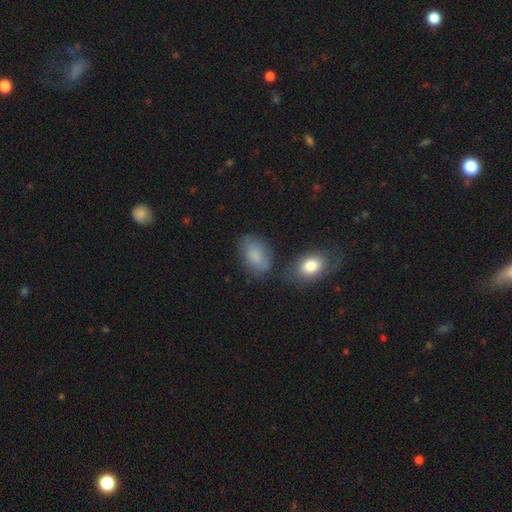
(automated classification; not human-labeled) A smooth galaxy with no disk features (81%) that is in between round and cigar-shaped (89%).

Vote fractions:
- Smooth or featured? smooth: 81% / featured or disk: 11% / star or artifact: 8%
- How rounded? in between: 89% / round: 9% / cigar-shaped: 1%
- Merging? none: 62% / minor disturbance: 23% / merger: 9% / major disturbance: 7%